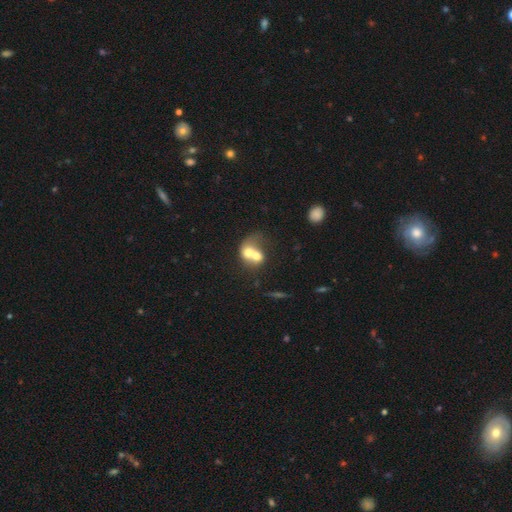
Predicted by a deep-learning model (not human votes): smooth-or-featured: smooth: 59% | featured or disk: 32% | star or artifact: 9%
  how-rounded: round: 57% | in between: 42% | cigar-shaped: 1%
  merging: merger: 77% | none: 11% | major disturbance: 7% | minor disturbance: 5%